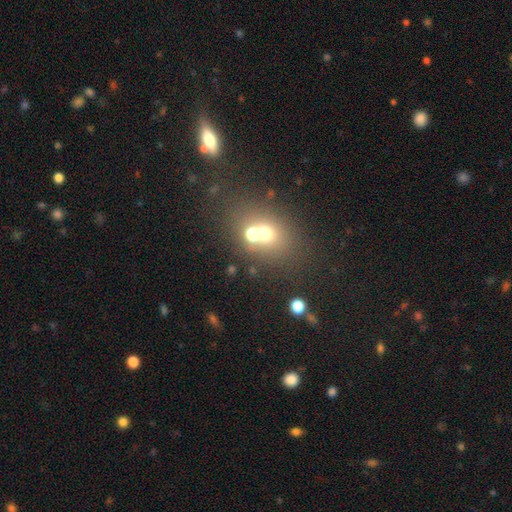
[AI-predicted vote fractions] Overall: smooth (51%; star or artifact 33%). How rounded: in between (49%; round 48%). Merging: none (52%; merger 32%).